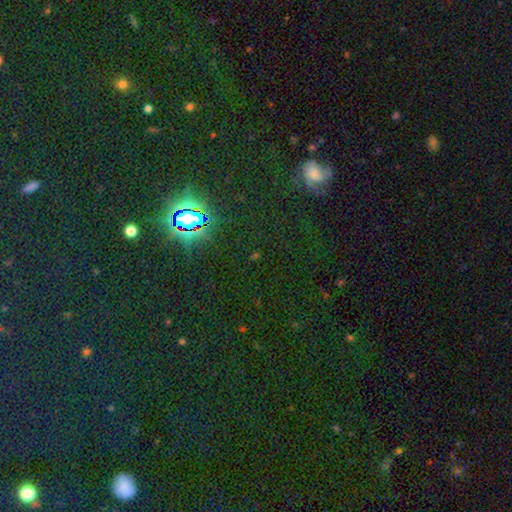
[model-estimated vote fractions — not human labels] smooth-or-featured: star or artifact: 72% | smooth: 18% | featured or disk: 10%